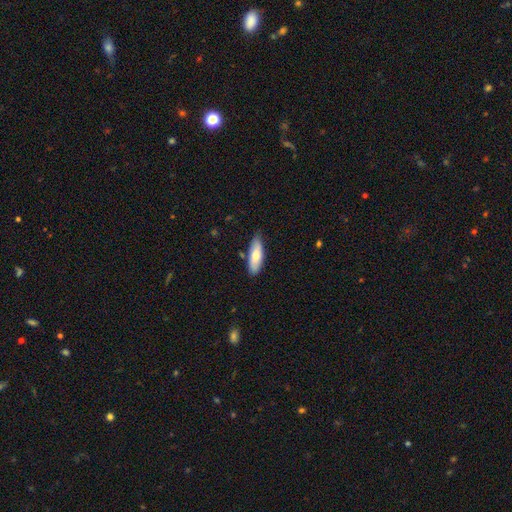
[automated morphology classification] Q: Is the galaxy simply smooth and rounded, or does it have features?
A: smooth — 75%.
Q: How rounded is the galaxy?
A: in between — 65%.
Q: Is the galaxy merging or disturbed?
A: none — 77%.